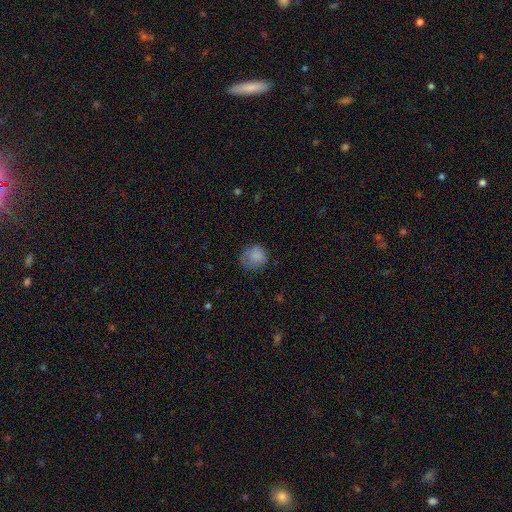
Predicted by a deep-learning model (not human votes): This is clearly a smooth galaxy (82%). How rounded: clearly round (81%). Merging: likely none (67%).